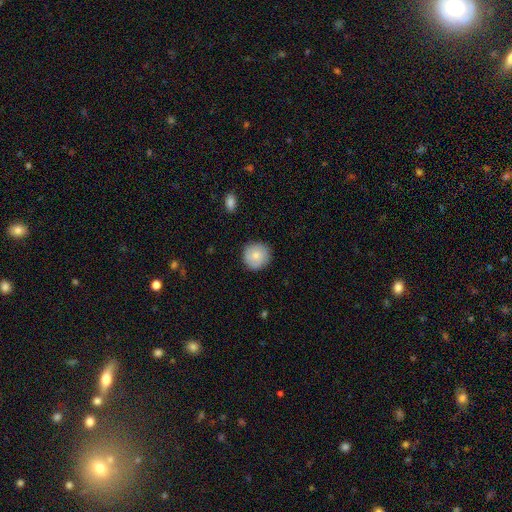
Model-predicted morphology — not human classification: A smooth galaxy with no disk features (77%) that is round (94%).

Vote fractions:
- Smooth or featured? smooth: 77% / featured or disk: 17% / star or artifact: 7%
- How rounded? round: 94% / in between: 5% / cigar-shaped: 1%
- Merging? none: 88% / minor disturbance: 9% / major disturbance: 2% / merger: 1%